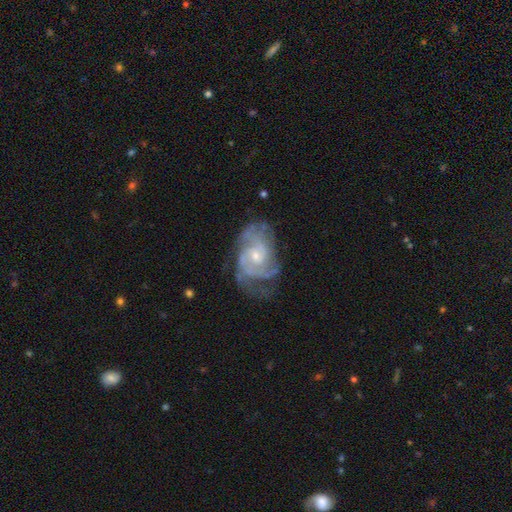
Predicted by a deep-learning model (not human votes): Overall: featured or disk (87%). Edge-on disk: no (97%). Bar: no (64%; weak 32%). Spiral arms: yes (95%). Spiral arm count: 2 (29%; can't tell 27%). Spiral winding: tight (49%; medium 40%). Bulge size: small (61%; moderate 35%). Merging: none (57%; minor disturbance 24%).